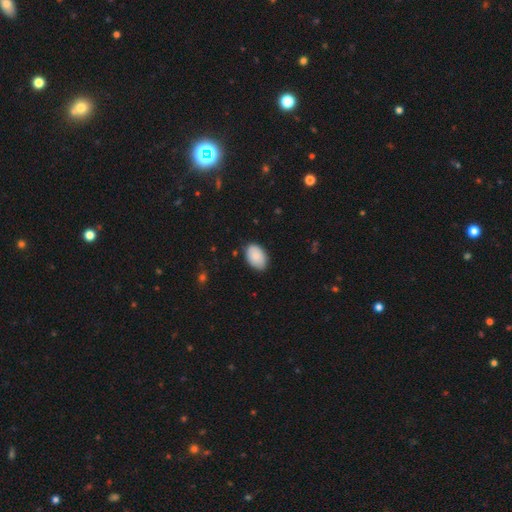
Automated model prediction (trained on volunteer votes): Overall: smooth (87%). How rounded: in between (90%). Merging: none (82%).